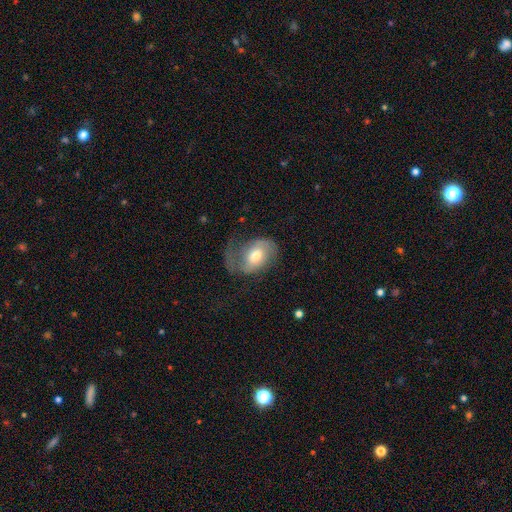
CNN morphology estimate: smooth-or-featured: featured or disk: 52% | smooth: 41% | star or artifact: 7%
  disk-edge-on: no: 95% | yes: 5%
  merging: major disturbance: 39% | none: 34% | minor disturbance: 25% | merger: 2%